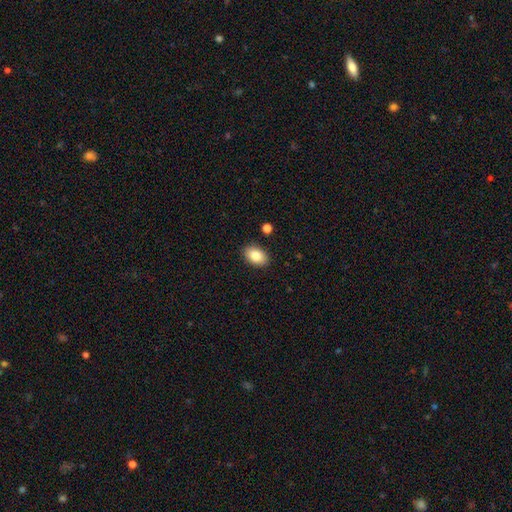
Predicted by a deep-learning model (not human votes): Smooth or featured: smooth — 84% (featured or disk — 8%)
How rounded: in between — 88% (round — 11%)
Merging: none — 88% (minor disturbance — 8%)